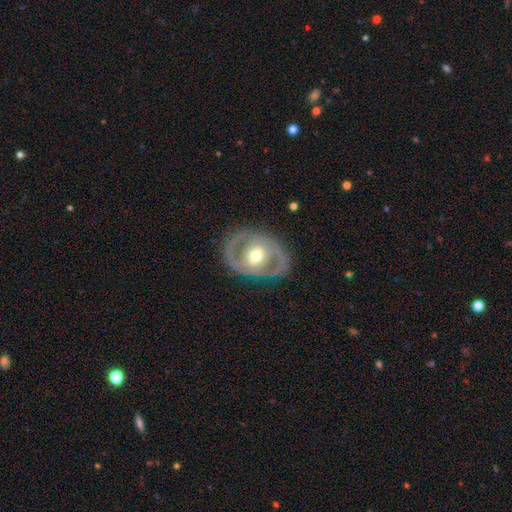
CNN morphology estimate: Smooth or featured? featured or disk (79%)
Edge-on disk? no (95%)
Bar? no (58%)
Spiral arms? yes (64%)
Bulge size? moderate (71%)
Merging? none (80%)